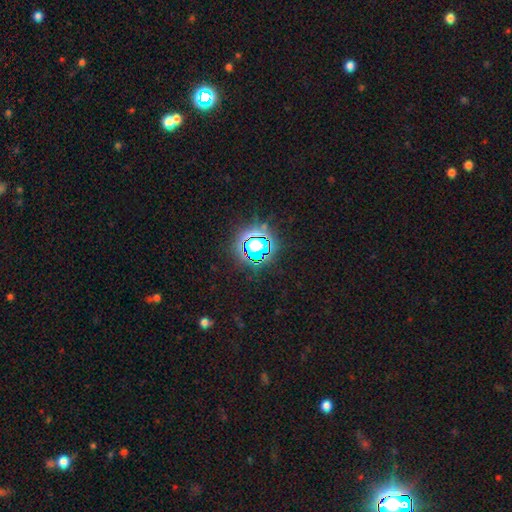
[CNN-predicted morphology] Overall: star or artifact (80%).